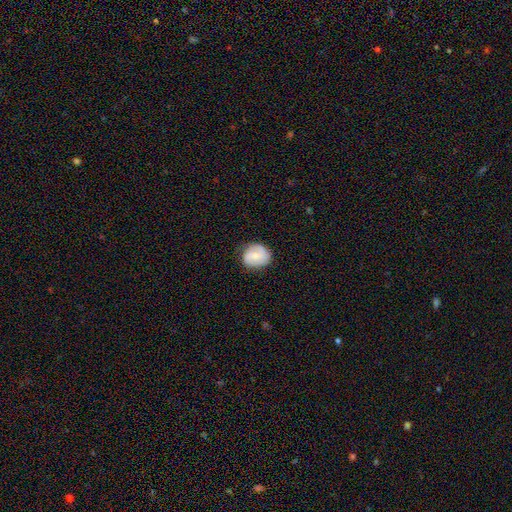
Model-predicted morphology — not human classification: This appears to be a featured or disk galaxy (47%). Merging: none (72%).